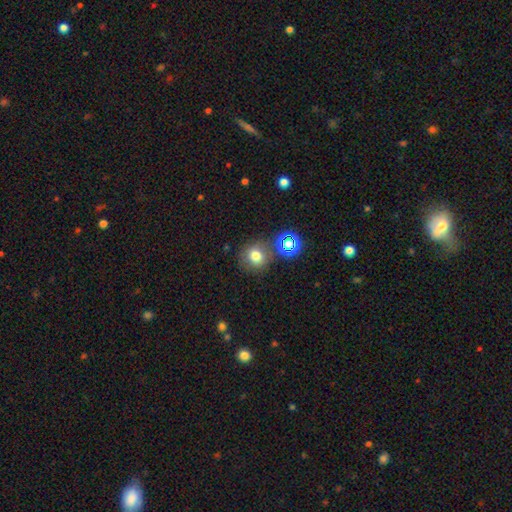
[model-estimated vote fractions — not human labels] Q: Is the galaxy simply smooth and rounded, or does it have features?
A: smooth — 72%.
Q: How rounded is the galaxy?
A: round — 85%.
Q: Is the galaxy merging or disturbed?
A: none — 74%.